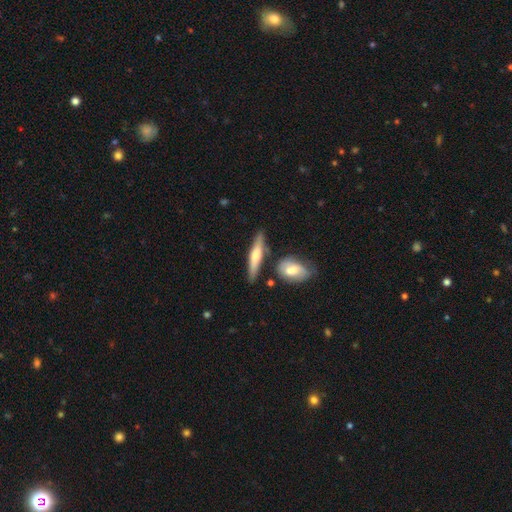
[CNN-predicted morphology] smooth-or-featured: smooth: 54% | featured or disk: 41% | star or artifact: 6%
  how-rounded: cigar-shaped: 81% | in between: 17% | round: 2%
  merging: none: 76% | minor disturbance: 13% | merger: 7% | major disturbance: 3%